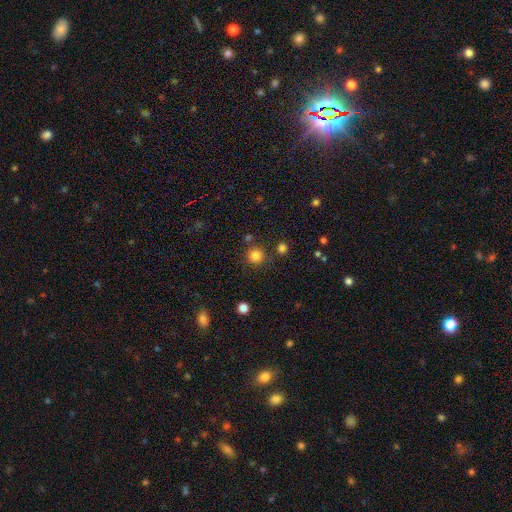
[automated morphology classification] smooth_or_featured: smooth (p=0.83) [alt: star or artifact p=0.13]
how_rounded: round (p=0.94) [alt: in between p=0.05]
merging: none (p=0.83) [alt: minor disturbance p=0.08]